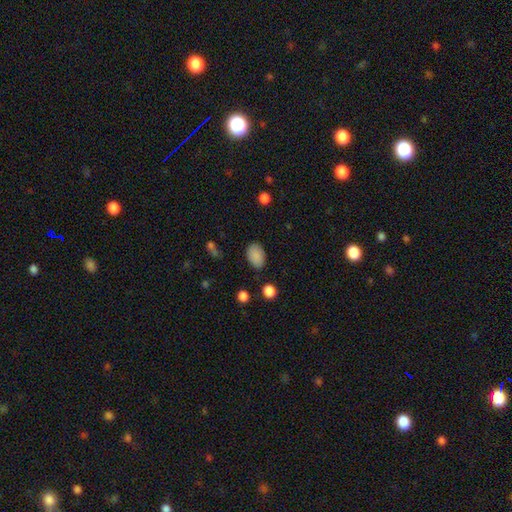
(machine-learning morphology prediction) smooth 87%, star or artifact 8%, featured or disk 4%. Down the decision tree: how rounded — in between (88%); merging — none (83%).